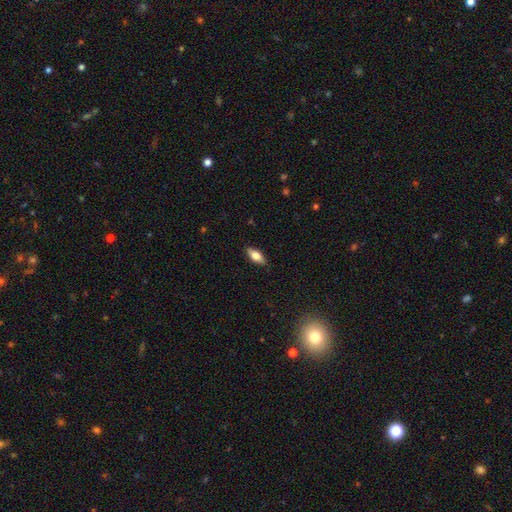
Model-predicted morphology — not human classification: This appears to be a smooth galaxy with no disk features (69%) that is in between round and cigar-shaped (79%). Merging: none (87%).